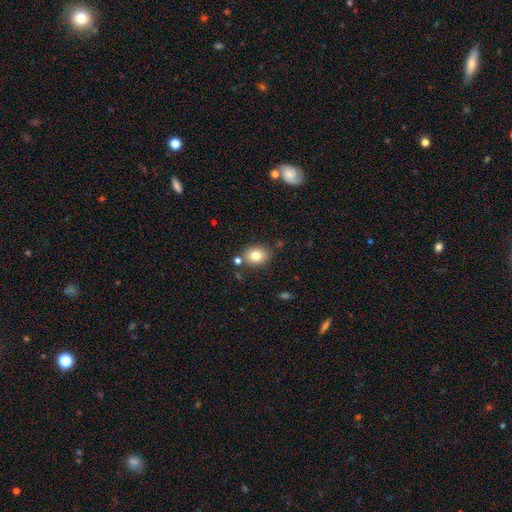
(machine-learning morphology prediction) A smooth galaxy with no disk features (80%) that is round (53%). Merging: none (78%).